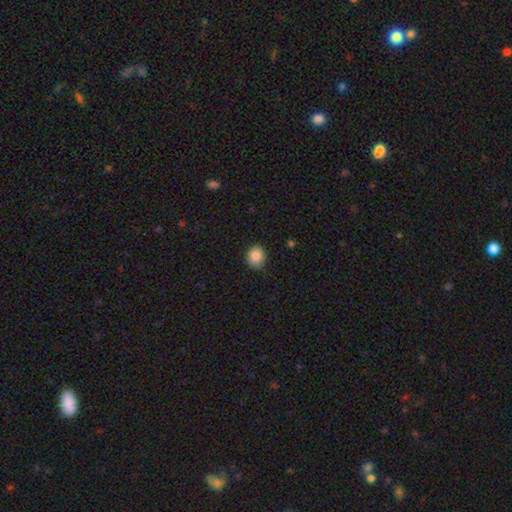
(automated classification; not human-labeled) The model was most divided on "how rounded": round: 67%, in between: 33%, cigar-shaped: 1%. More confident: smooth or featured — smooth (86%); merging — none (85%).